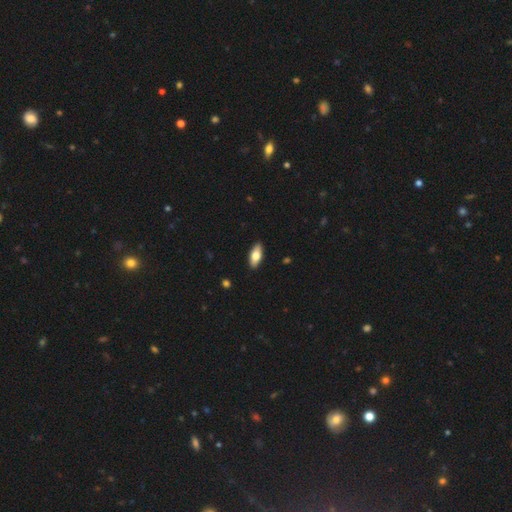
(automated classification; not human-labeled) The model was most divided on "smooth or featured": smooth: 71%, featured or disk: 23%, star or artifact: 6%. More confident: merging — none (90%); how rounded — in between (81%).